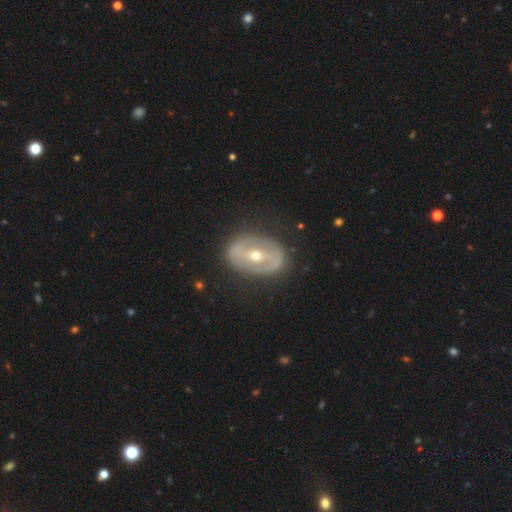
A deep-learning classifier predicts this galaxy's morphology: This appears to be a featured or disk galaxy (74%) with a strong bar (41%), no spiral arms (65%) and a moderate central bulge (50%). Merging: none (79%).